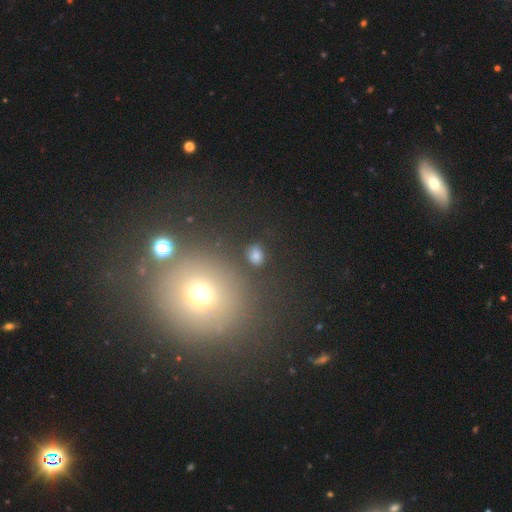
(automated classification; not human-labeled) Morphology: type=smooth (73%); roundness=in between (55%); merging=none (82%).